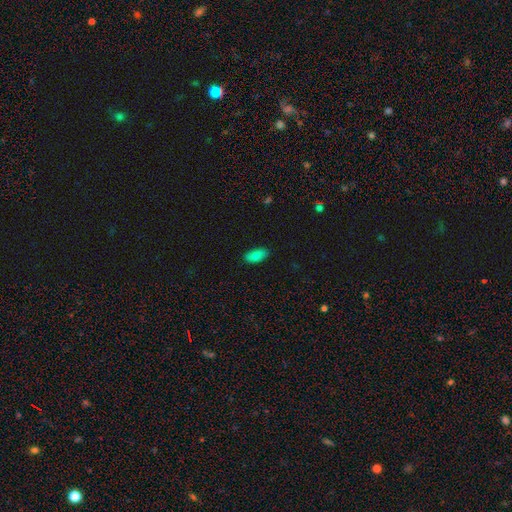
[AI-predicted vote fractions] smooth 87%, star or artifact 8%, featured or disk 5%. Down the decision tree: how rounded — in between (90%); merging — none (87%).